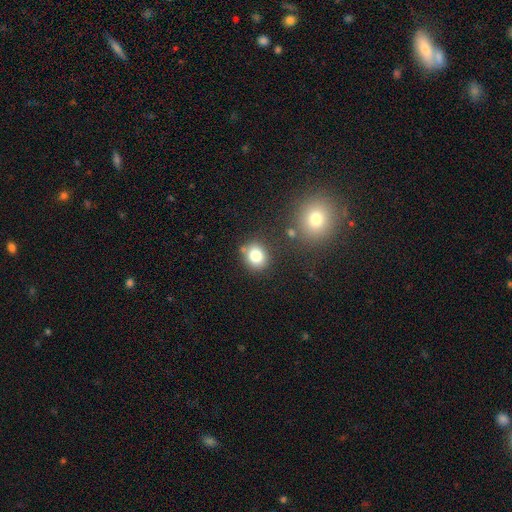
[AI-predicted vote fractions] This appears to be a smooth galaxy with no disk features (81%) that is round (72%). Merging: none (76%).